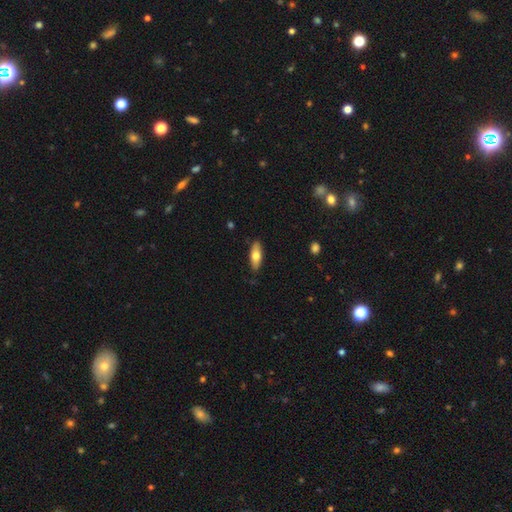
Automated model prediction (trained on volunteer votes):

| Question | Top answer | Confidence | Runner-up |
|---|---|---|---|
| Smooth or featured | smooth | 67% | featured or disk (27%) |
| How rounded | in between | 64% | cigar-shaped (34%) |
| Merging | none | 85% | minor disturbance (12%) |